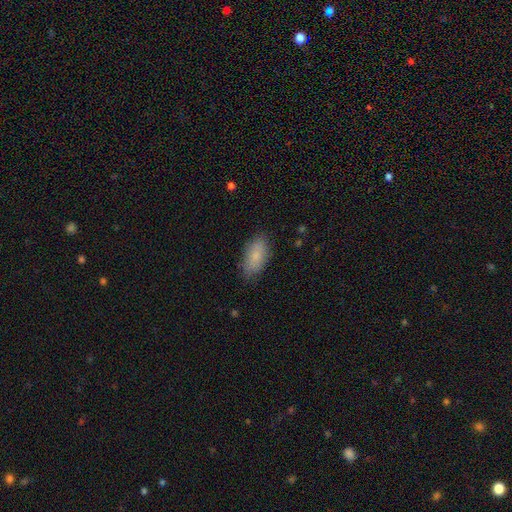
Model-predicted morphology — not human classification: This is clearly a smooth galaxy (81%). How rounded: clearly in between (90%). Merging: clearly none (81%).